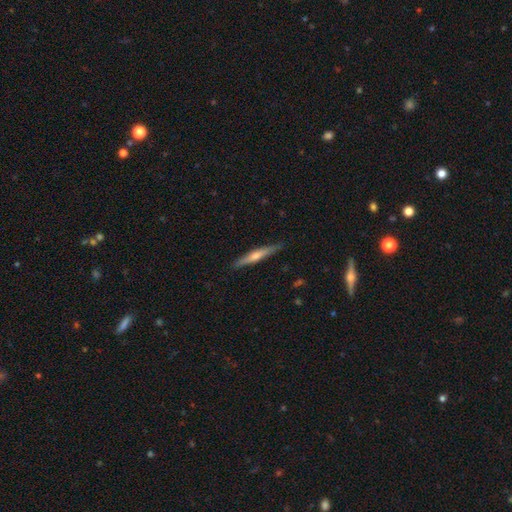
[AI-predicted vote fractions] A featured or disk galaxy (59%) viewed edge-on (96%) with a rounded central bulge (80%). Merging: none (89%).